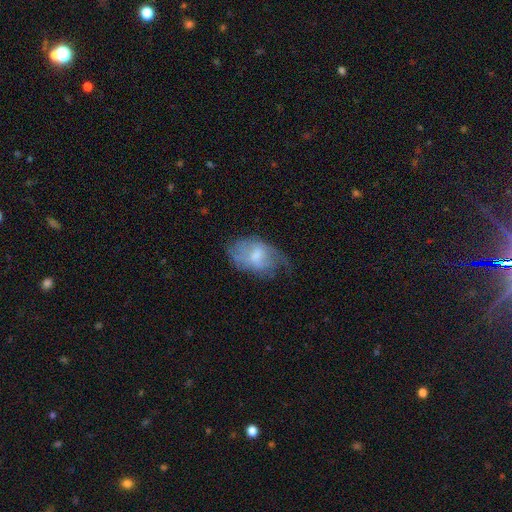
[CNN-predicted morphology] A featured or disk galaxy (47%). Merging: none (37%).